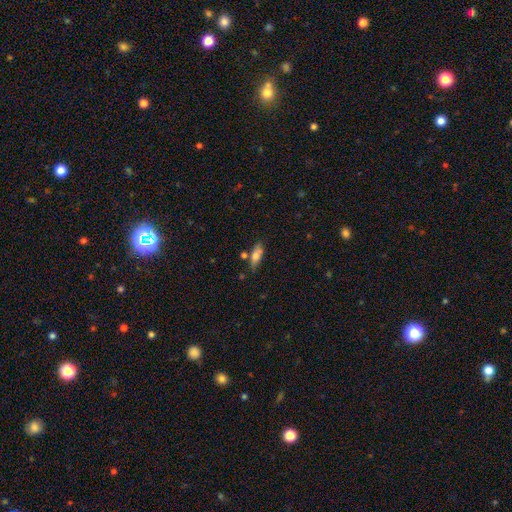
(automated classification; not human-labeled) smooth 68%, featured or disk 24%, star or artifact 8%. Down the decision tree: how rounded — in between (56%); merging — none (68%).